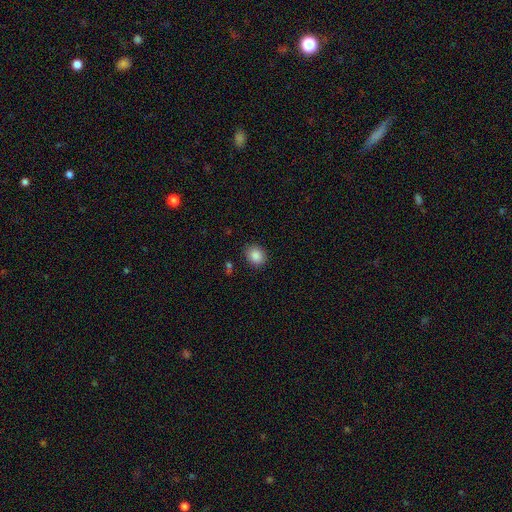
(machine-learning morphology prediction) Smooth or featured? smooth (87%)
How rounded? round (63%)
Merging? none (87%)